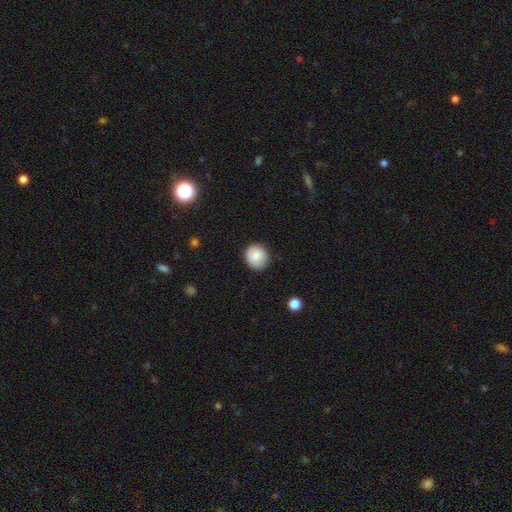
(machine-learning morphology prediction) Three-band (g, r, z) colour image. It shows a smooth galaxy with no disk features (84%) that is round (85%). Merging: none (85%).